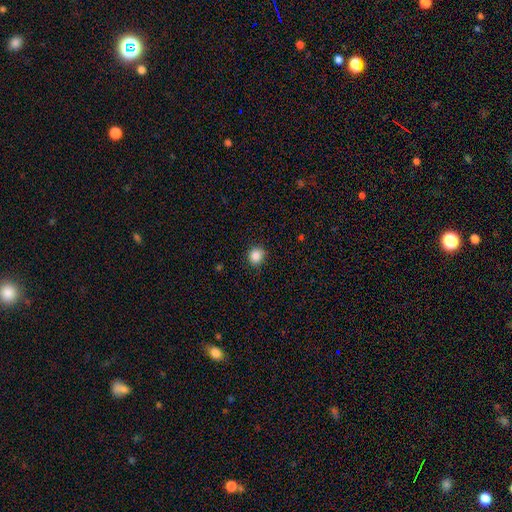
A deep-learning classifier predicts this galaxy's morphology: Smooth or featured?
  - smooth: 86% *
  - star or artifact: 10%
  - featured or disk: 3%
How rounded?
  - round: 86% *
  - in between: 13%
  - cigar-shaped: 1%
Merging?
  - none: 88% *
  - minor disturbance: 9%
  - major disturbance: 2%
  - merger: 1%